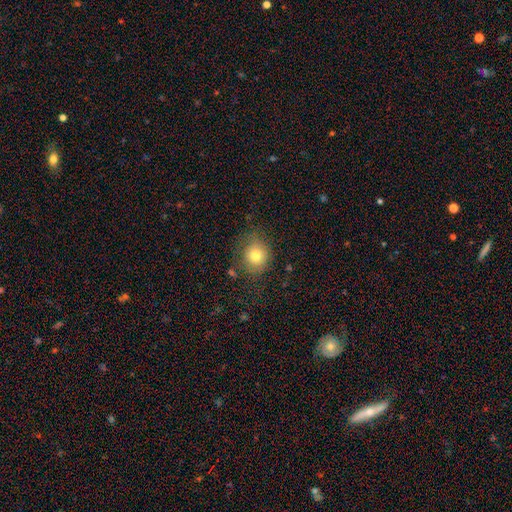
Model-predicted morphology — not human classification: Q: Smooth or featured?
A: smooth (77%); runner-up: star or artifact (12%)
Q: How rounded?
A: round (79%); runner-up: in between (20%)
Q: Merging?
A: none (72%); runner-up: minor disturbance (19%)